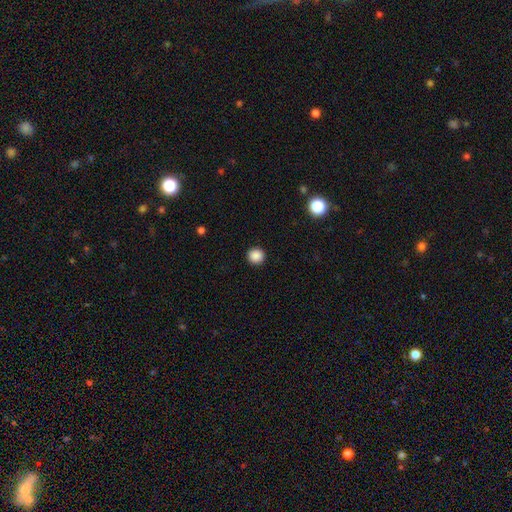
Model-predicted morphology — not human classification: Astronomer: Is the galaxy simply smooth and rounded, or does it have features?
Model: smooth — 88%.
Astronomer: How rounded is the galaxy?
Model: round — 95%.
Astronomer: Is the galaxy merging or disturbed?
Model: none — 93%.